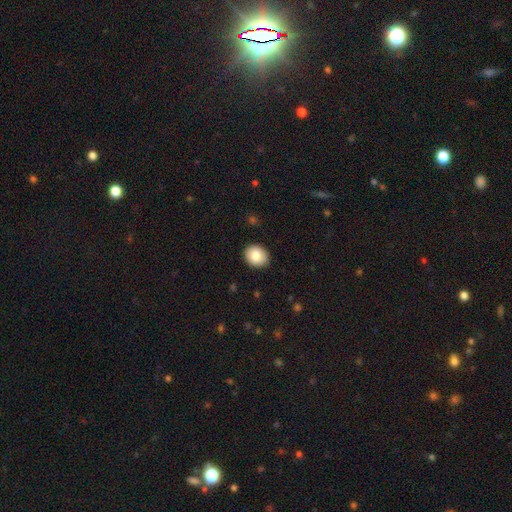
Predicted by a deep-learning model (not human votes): Overall: smooth (82%). How rounded: round (57%; in between 42%). Merging: none (89%).